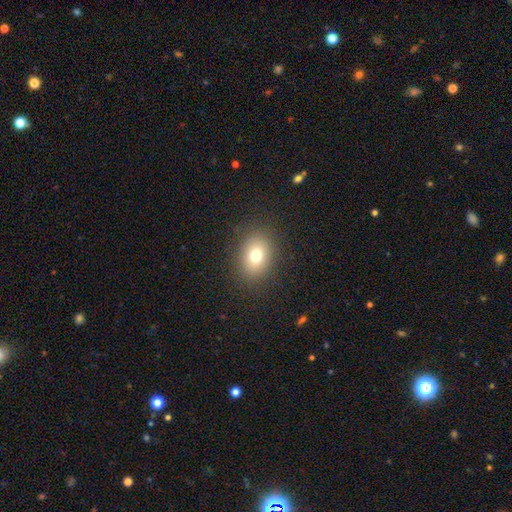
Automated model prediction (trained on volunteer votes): Smooth or featured? smooth (76%)
How rounded? in between (62%)
Merging? none (87%)